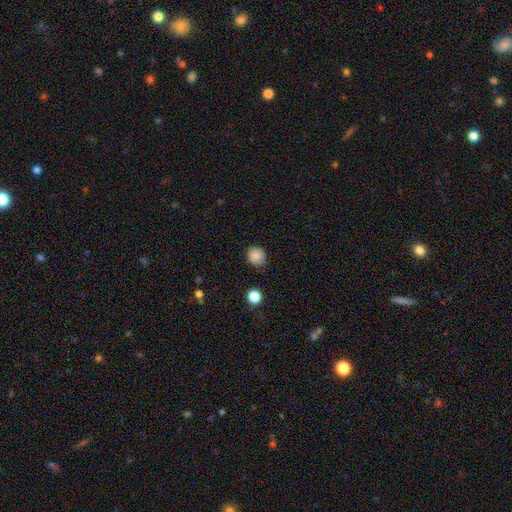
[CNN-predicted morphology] Smooth or featured? smooth (84%)
How rounded? round (82%)
Merging? none (80%)